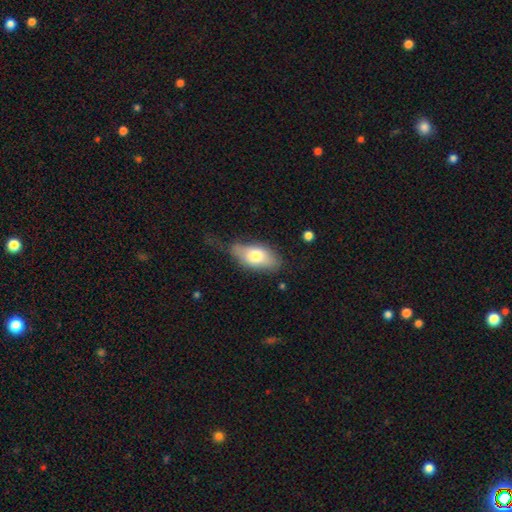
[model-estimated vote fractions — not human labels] The model was most divided on "merging": none: 48%, minor disturbance: 33%, major disturbance: 16%, merger: 3%. More confident: how rounded — in between (89%); smooth or featured — smooth (72%).